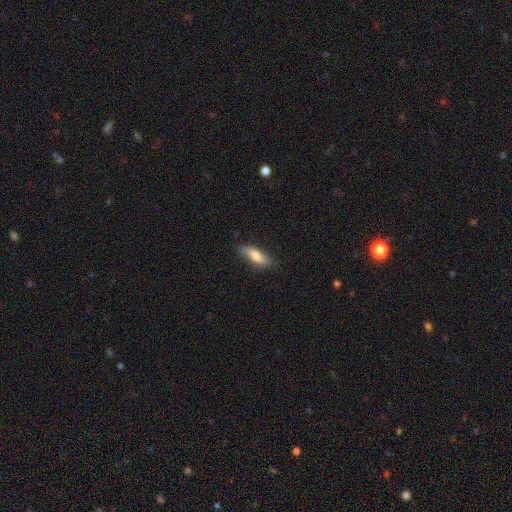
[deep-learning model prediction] The model was most divided on "how rounded": in between: 56%, cigar-shaped: 42%, round: 3%. More confident: merging — none (78%); smooth or featured — smooth (73%).